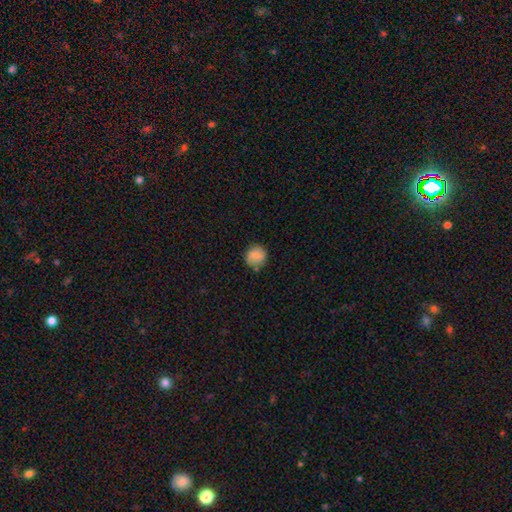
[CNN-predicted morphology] Smooth or featured: smooth — 84% (star or artifact — 9%)
How rounded: round — 86% (in between — 13%)
Merging: none — 77% (minor disturbance — 16%)